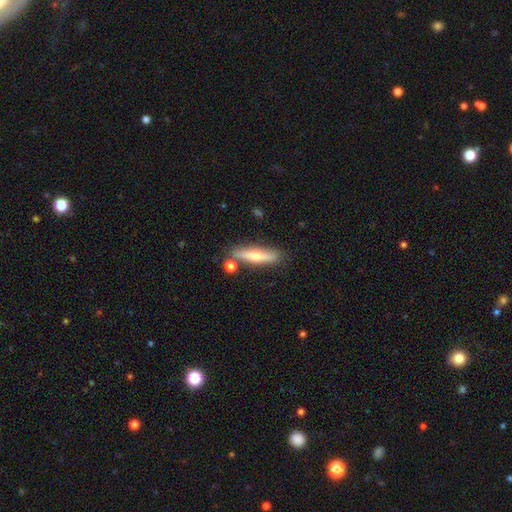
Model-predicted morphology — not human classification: Smooth or featured? smooth (48%)
Merging? none (80%)